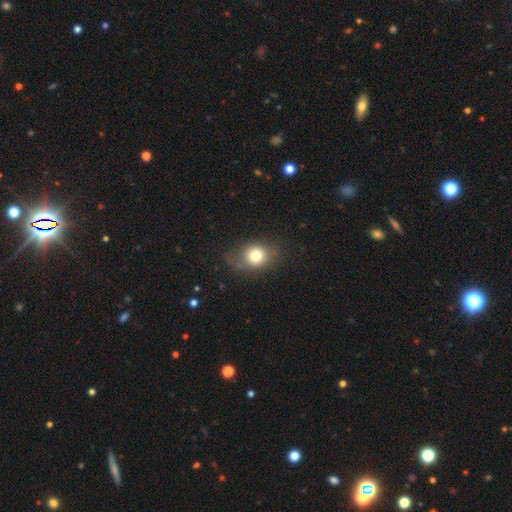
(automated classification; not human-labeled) A smooth galaxy with no disk features (75%) that is round (59%).

Vote fractions:
- Smooth or featured? smooth: 75% / featured or disk: 14% / star or artifact: 12%
- How rounded? round: 59% / in between: 39% / cigar-shaped: 1%
- Merging? none: 66% / minor disturbance: 23% / major disturbance: 9% / merger: 2%